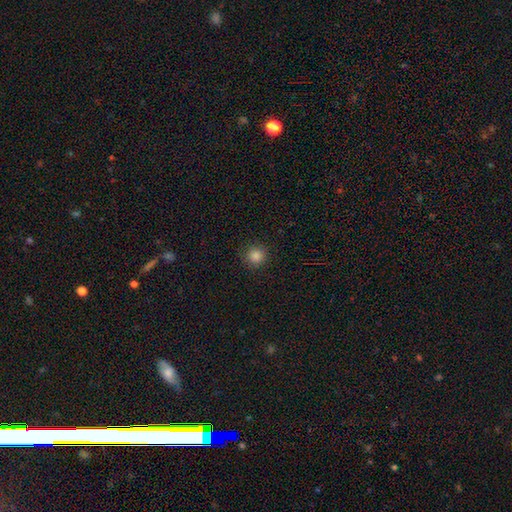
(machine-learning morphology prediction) type=smooth (83%); roundness=round (95%); merging=none (90%).